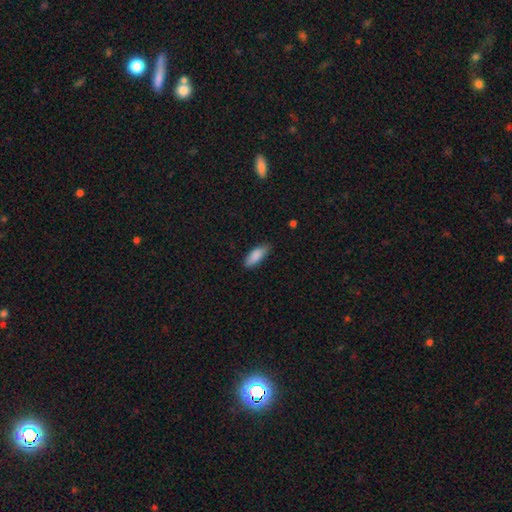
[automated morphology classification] This appears to be a smooth galaxy with no disk features (87%) that is in between round and cigar-shaped (74%). Merging: none (80%).